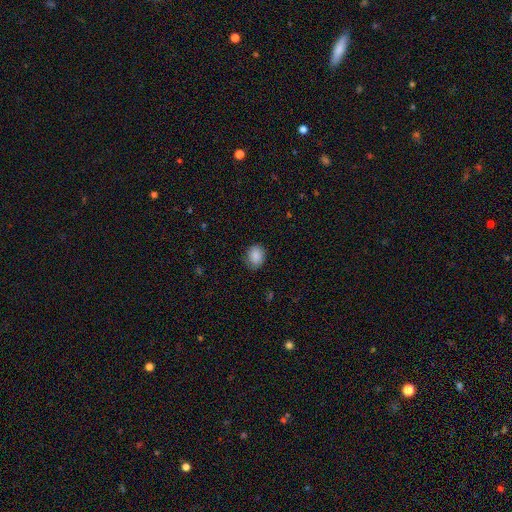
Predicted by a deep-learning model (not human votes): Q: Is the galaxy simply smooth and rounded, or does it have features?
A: smooth — 87%.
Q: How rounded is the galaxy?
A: in between — 51%.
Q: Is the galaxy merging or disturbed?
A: none — 78%.